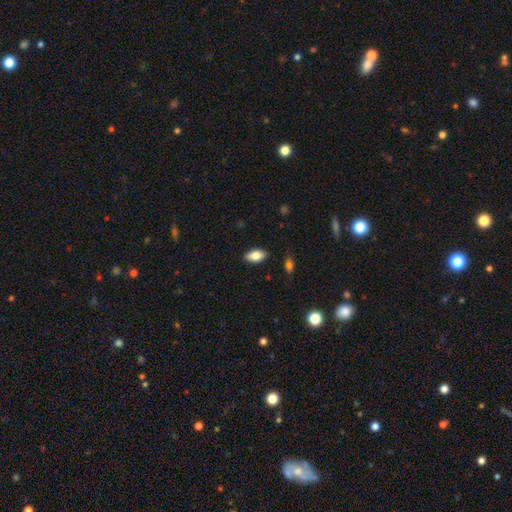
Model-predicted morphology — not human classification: The model was most divided on "smooth or featured": smooth: 79%, featured or disk: 14%, star or artifact: 7%. More confident: how rounded — in between (91%); merging — none (86%).